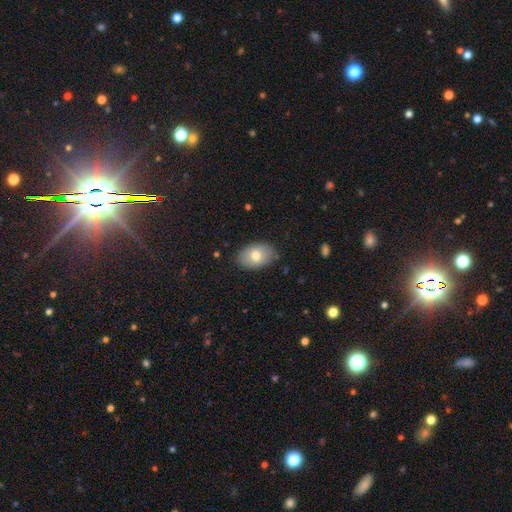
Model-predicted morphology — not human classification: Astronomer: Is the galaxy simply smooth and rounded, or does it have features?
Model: smooth — 75%.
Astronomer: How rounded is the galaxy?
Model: in between — 87%.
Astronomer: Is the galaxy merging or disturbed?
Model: none — 86%.